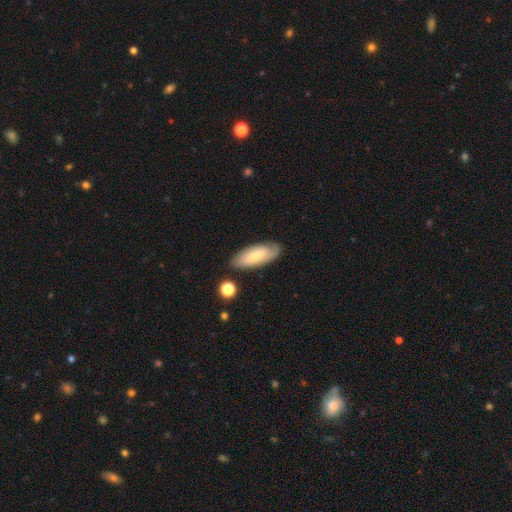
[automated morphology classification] A smooth galaxy with no disk features (58%) that is in between round and cigar-shaped (78%).

Vote fractions:
- Smooth or featured? smooth: 58% / featured or disk: 36% / star or artifact: 6%
- How rounded? in between: 78% / cigar-shaped: 20% / round: 2%
- Merging? none: 81% / minor disturbance: 14% / major disturbance: 3% / merger: 3%